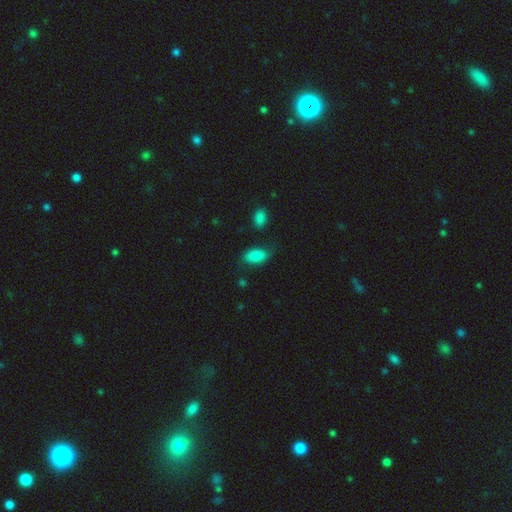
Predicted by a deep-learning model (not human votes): This is clearly a smooth galaxy (85%). How rounded: clearly in between (93%). Merging: likely none (74%).